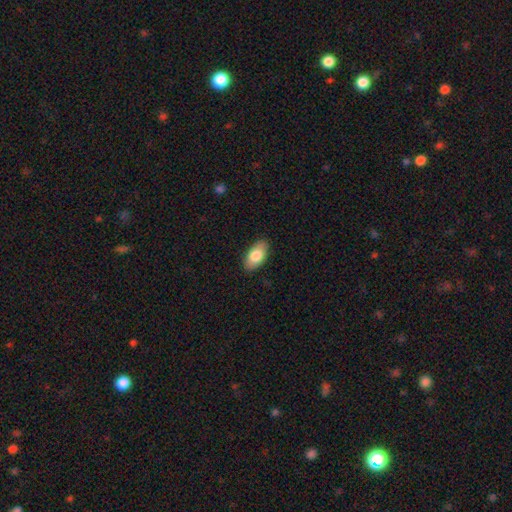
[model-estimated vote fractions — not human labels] Smooth or featured? Predicted: smooth (p=0.81). How rounded? Predicted: in between (p=0.94). Merging? Predicted: none (p=0.88).